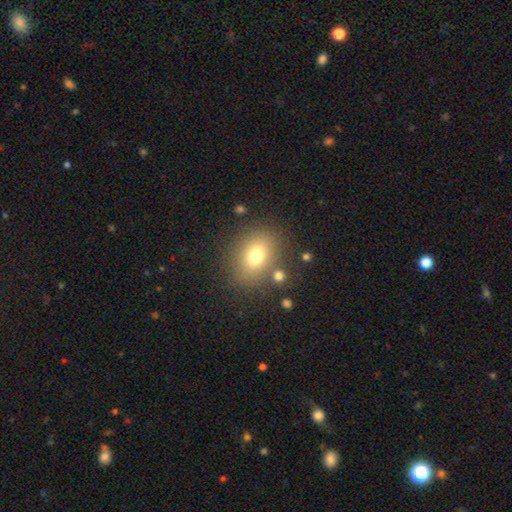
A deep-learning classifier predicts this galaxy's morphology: This is likely a smooth galaxy (74%). How rounded: possibly in between (60%). Merging: likely none (79%).